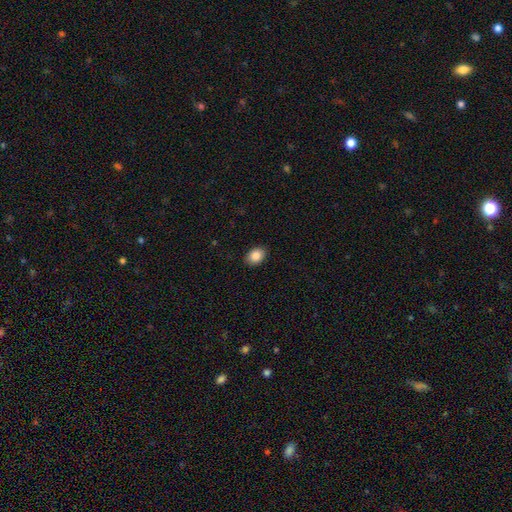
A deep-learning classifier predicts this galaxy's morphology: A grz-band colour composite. It shows a smooth galaxy with no disk features (86%) that is in between round and cigar-shaped (74%). Merging: none (90%).